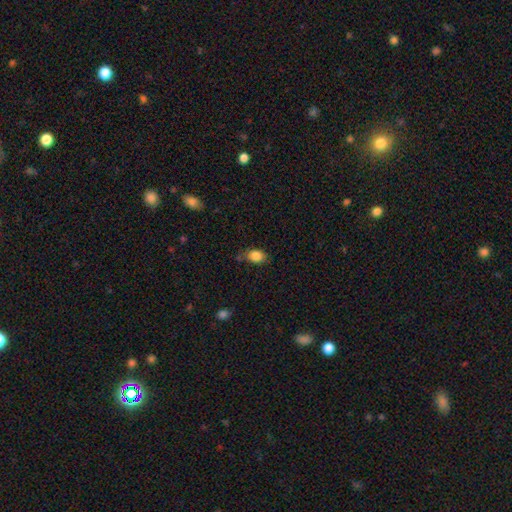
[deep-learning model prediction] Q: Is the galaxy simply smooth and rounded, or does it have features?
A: smooth — 85%.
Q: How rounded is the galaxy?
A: in between — 73%.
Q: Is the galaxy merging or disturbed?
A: none — 70%.